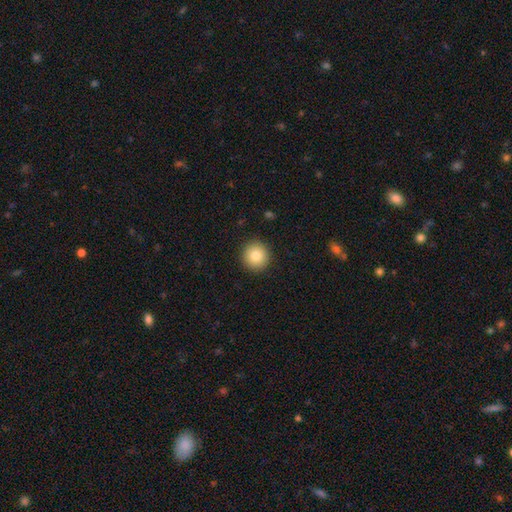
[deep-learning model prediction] smooth 82%, star or artifact 9%, featured or disk 9%. Down the decision tree: how rounded — round (95%); merging — none (92%).